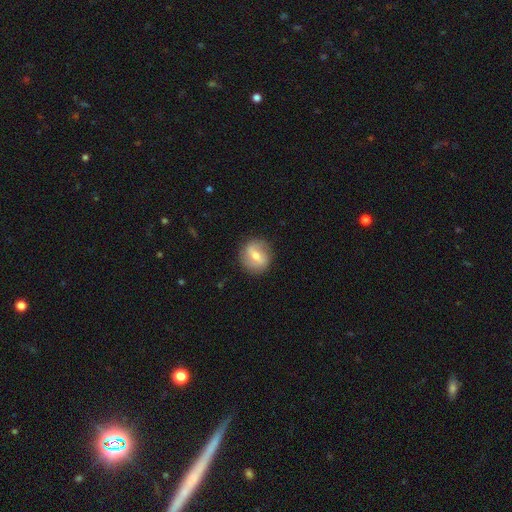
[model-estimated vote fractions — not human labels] smooth-or-featured: featured or disk: 52% | smooth: 40% | star or artifact: 7%
  disk-edge-on: no: 94% | yes: 6%
  merging: none: 85% | minor disturbance: 10% | major disturbance: 4% | merger: 1%